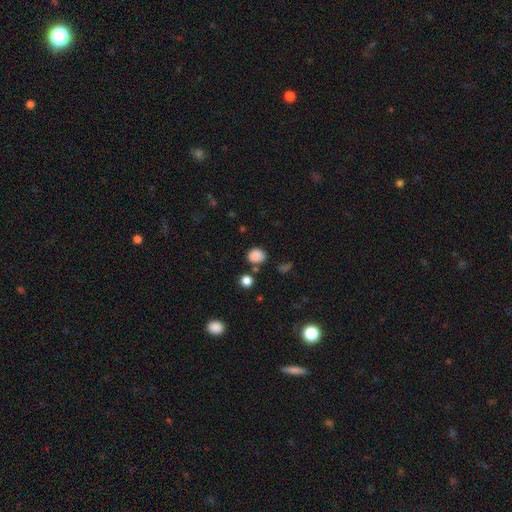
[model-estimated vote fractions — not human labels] smooth_or_featured: smooth (p=0.84) [alt: star or artifact p=0.12]
how_rounded: round (p=0.65) [alt: in between p=0.34]
merging: none (p=0.74) [alt: minor disturbance p=0.15]